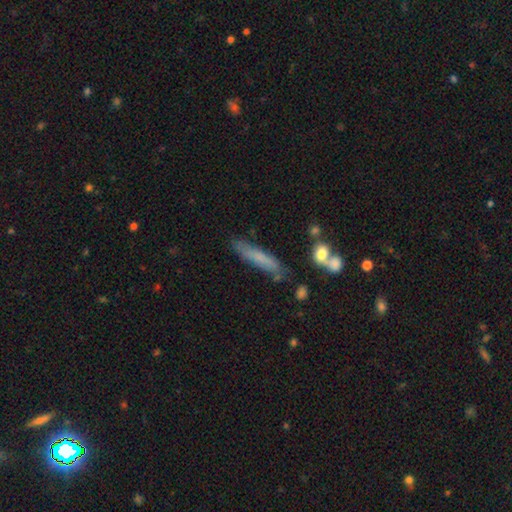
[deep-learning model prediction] This is likely a smooth galaxy (71%). How rounded: clearly cigar-shaped (87%). Merging: likely none (71%).